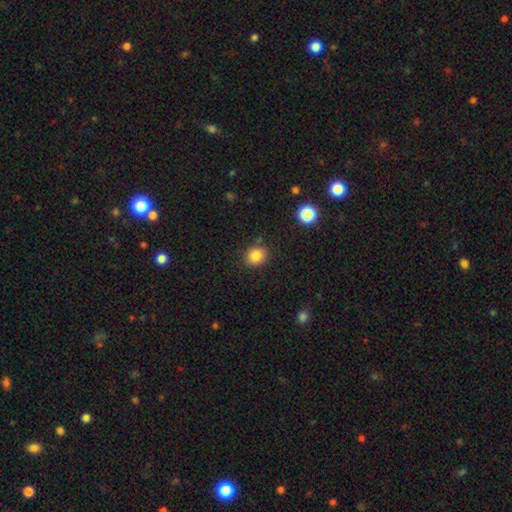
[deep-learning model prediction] Overall: smooth (84%). How rounded: round (71%). Merging: none (82%).